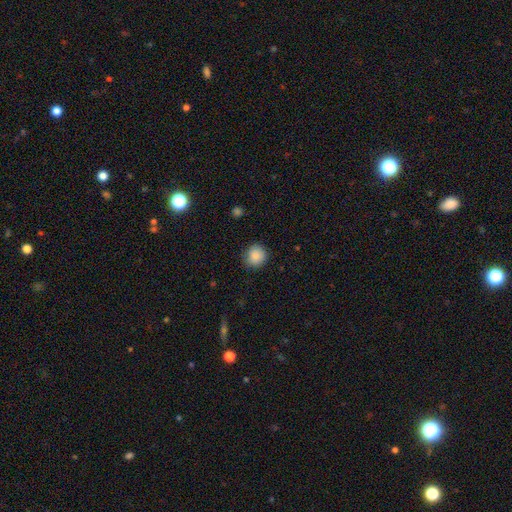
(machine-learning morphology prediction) This appears to be a smooth galaxy with no disk features (86%) that is round (90%). Merging: none (82%).